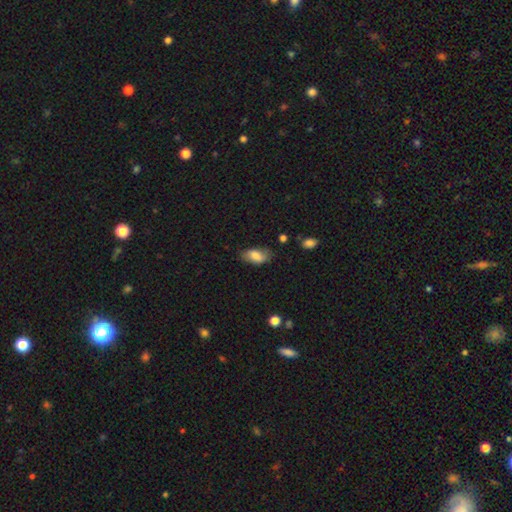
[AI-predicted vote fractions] Morphology: type=smooth (77%); roundness=in between (91%); merging=none (68%).